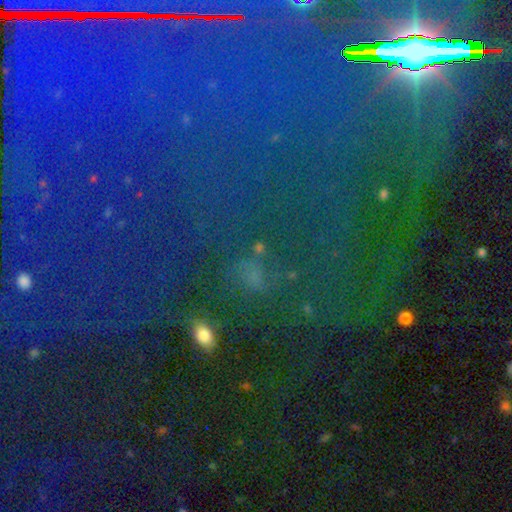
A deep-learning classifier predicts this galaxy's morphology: Overall: star or artifact (75%).